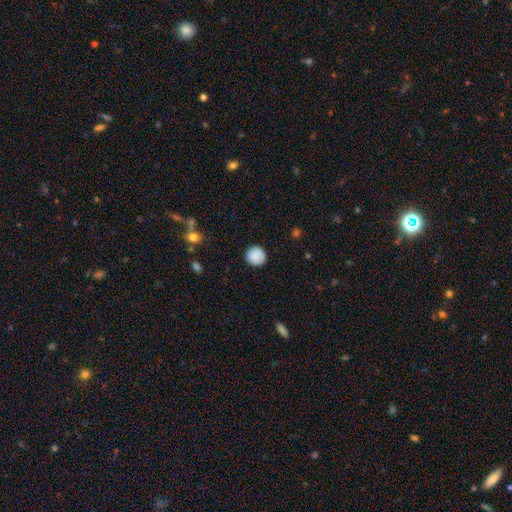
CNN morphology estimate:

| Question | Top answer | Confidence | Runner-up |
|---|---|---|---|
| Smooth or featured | smooth | 89% | star or artifact (8%) |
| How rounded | round | 93% | in between (6%) |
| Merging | none | 90% | minor disturbance (7%) |